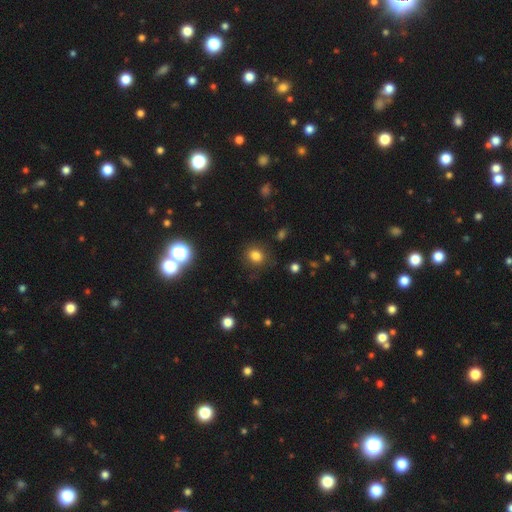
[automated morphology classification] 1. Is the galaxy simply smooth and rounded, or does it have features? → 79% smooth, 14% star or artifact, 6% featured or disk.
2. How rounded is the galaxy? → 70% round, 28% in between, 1% cigar-shaped.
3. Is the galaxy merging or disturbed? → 83% none, 11% minor disturbance, 4% major disturbance, 2% merger.